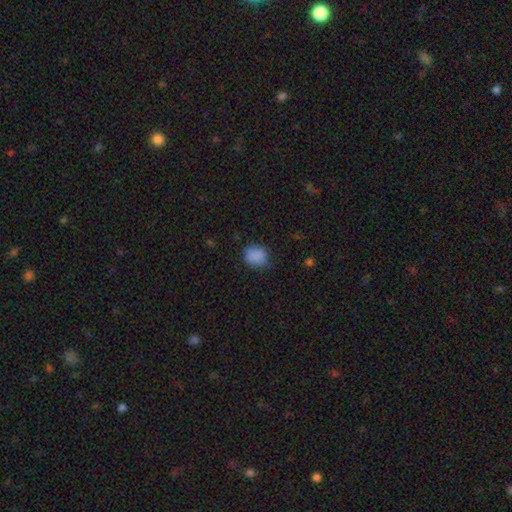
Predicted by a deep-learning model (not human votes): This is clearly a smooth galaxy (84%). How rounded: possibly round (57%). Merging: likely none (69%).